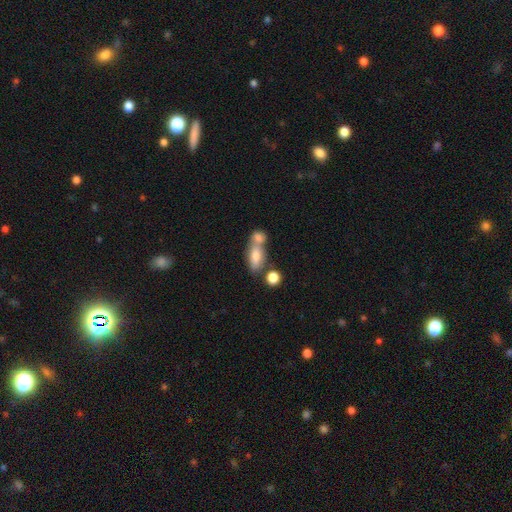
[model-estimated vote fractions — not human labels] smooth 70%, featured or disk 20%, star or artifact 10%. Down the decision tree: how rounded — in between (78%); merging — merger (49%).